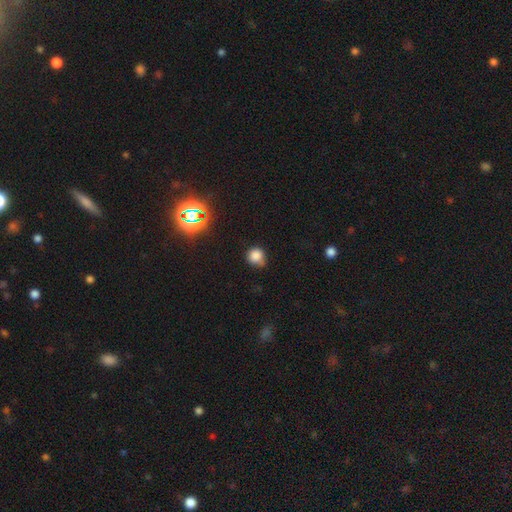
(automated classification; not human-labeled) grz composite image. It shows a smooth galaxy with no disk features (79%) that is round (87%). Merging: none (62%).